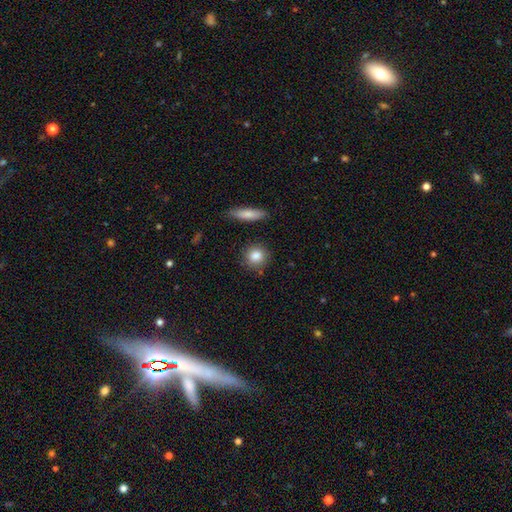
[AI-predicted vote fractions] A smooth galaxy with no disk features (85%) that is round (83%). Merging: none (84%).